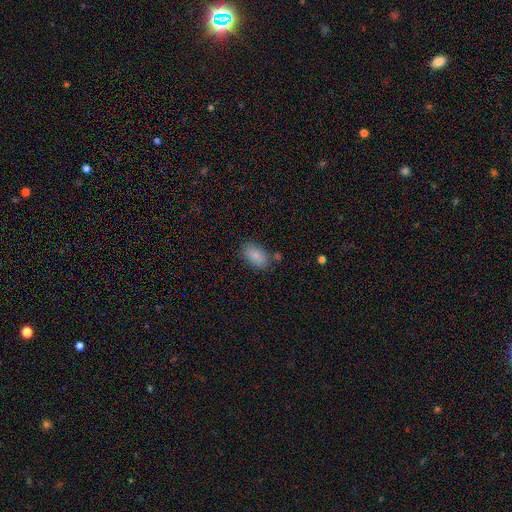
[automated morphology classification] type=smooth (85%); roundness=in between (92%); merging=none (74%).